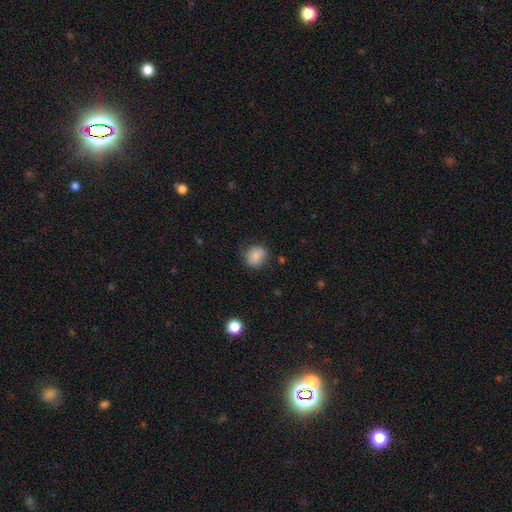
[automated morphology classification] A smooth galaxy with no disk features (82%) that is round (71%).

Vote fractions:
- Smooth or featured? smooth: 82% / star or artifact: 9% / featured or disk: 9%
- How rounded? round: 71% / in between: 28% / cigar-shaped: 1%
- Merging? none: 73% / minor disturbance: 20% / major disturbance: 5% / merger: 2%